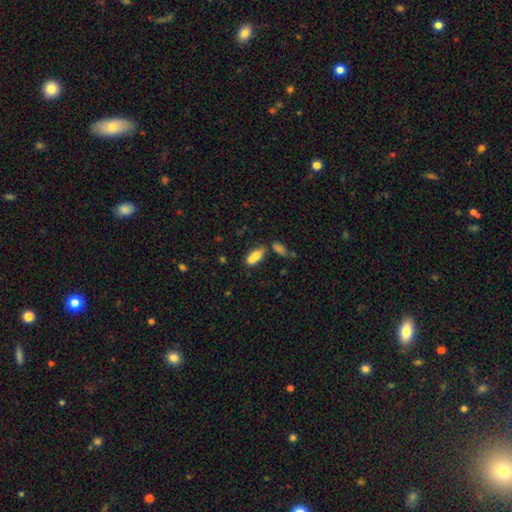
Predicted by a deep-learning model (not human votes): Smooth or featured: smooth — 72% (featured or disk — 19%)
How rounded: in between — 78% (cigar-shaped — 14%)
Merging: merger — 54% (none — 30%)